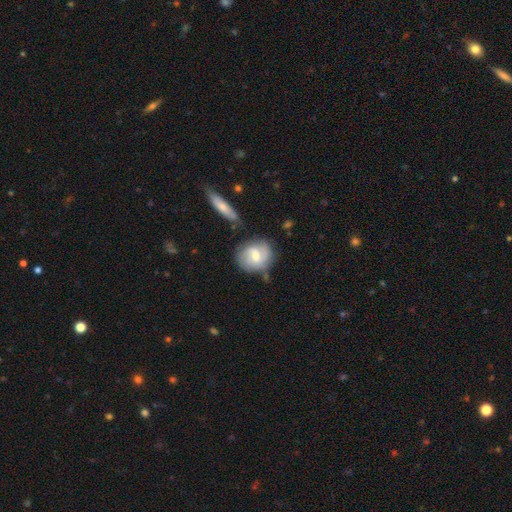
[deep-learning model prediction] smooth_or_featured: featured or disk (p=0.63) [alt: smooth p=0.31]
disk_edge_on: no (p=0.96) [alt: yes p=0.04]
bar: weak (p=0.53) [alt: no p=0.36]
has_spiral_arms: yes (p=0.89) [alt: no p=0.11]
spiral_winding: medium (p=0.43) [alt: tight p=0.35]
spiral_arm_count: 2 (p=0.55) [alt: can't tell p=0.22]
bulge_size: moderate (p=0.56) [alt: small p=0.37]
merging: none (p=0.66) [alt: minor disturbance p=0.20]